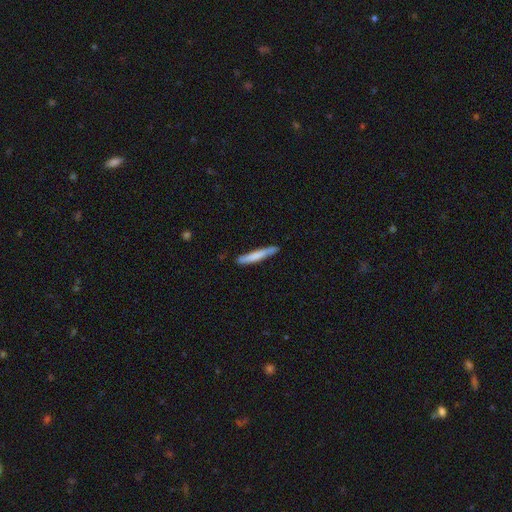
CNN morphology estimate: smooth 70%, featured or disk 25%, star or artifact 5%. Down the decision tree: how rounded — cigar-shaped (95%); merging — none (82%).